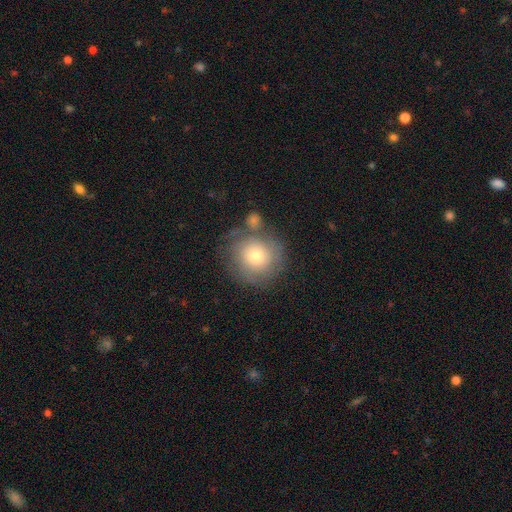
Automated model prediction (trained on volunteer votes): Morphology: type=smooth (64%); roundness=round (92%); merging=none (62%).